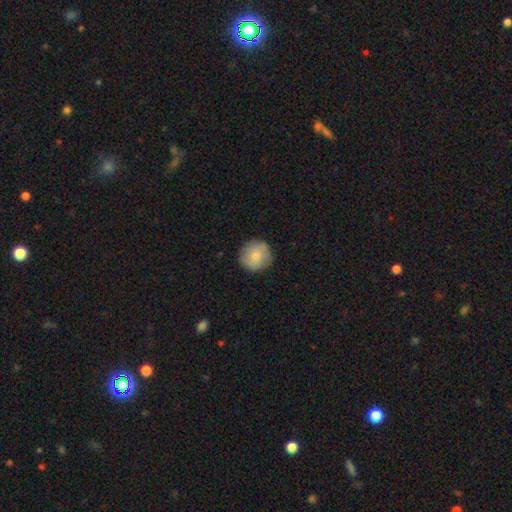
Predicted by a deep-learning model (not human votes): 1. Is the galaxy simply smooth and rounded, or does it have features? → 79% smooth, 14% featured or disk, 7% star or artifact.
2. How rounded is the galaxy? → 94% round, 5% in between, 1% cigar-shaped.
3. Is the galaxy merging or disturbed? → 86% none, 11% minor disturbance, 2% major disturbance, 1% merger.